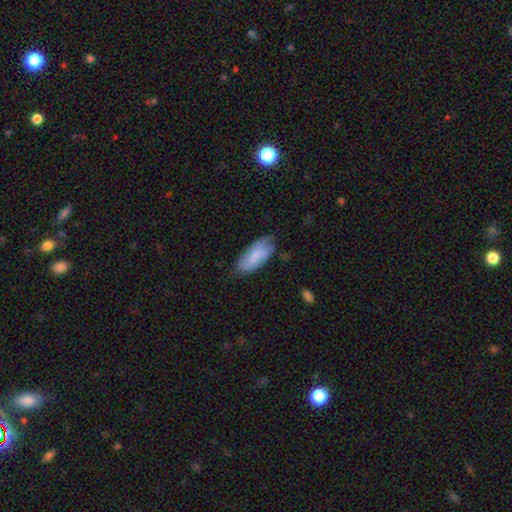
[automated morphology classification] The model was most divided on "merging": none: 53%, minor disturbance: 34%, major disturbance: 11%, merger: 2%. More confident: how rounded — in between (88%); smooth or featured — smooth (68%).